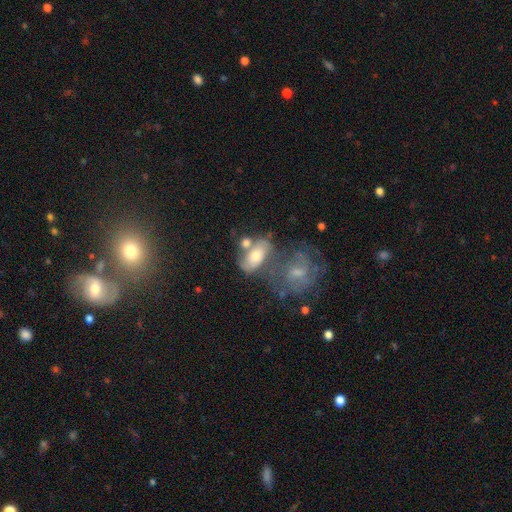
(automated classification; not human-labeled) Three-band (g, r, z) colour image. It shows a smooth galaxy with no disk features (52%) that is in between round and cigar-shaped (84%). Merging: merger (40%).